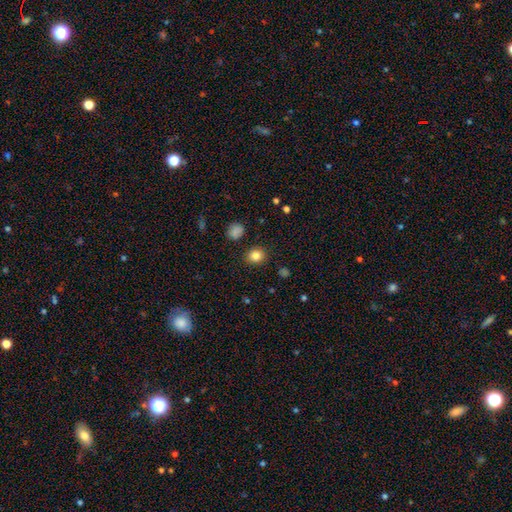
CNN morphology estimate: This appears to be a smooth galaxy with no disk features (84%) that is round (77%). Merging: none (90%).